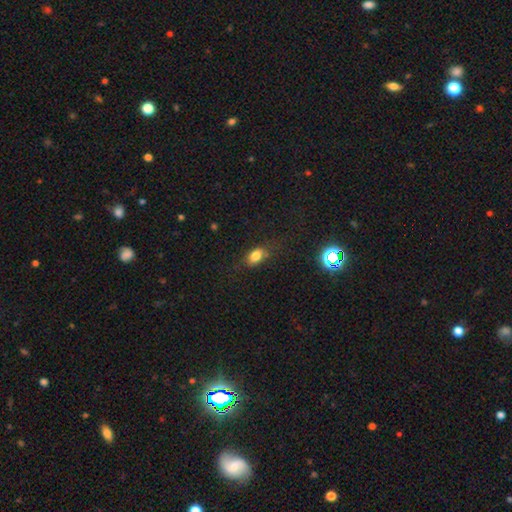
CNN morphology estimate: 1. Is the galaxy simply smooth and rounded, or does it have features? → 78% smooth, 13% star or artifact, 9% featured or disk.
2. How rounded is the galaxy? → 81% in between, 15% round, 4% cigar-shaped.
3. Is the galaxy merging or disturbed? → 71% none, 19% minor disturbance, 7% major disturbance, 3% merger.